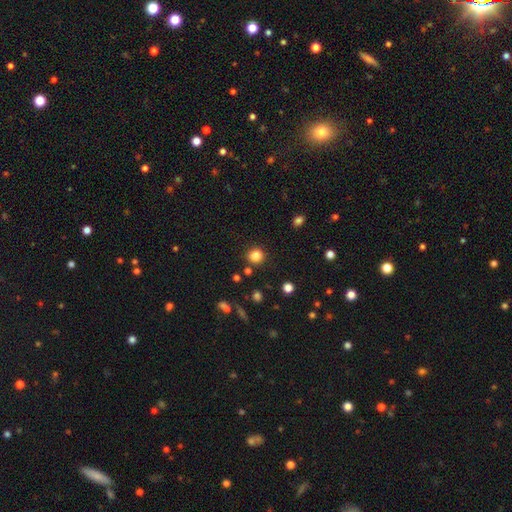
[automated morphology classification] A smooth galaxy with no disk features (83%) that is round (89%).

Vote fractions:
- Smooth or featured? smooth: 83% / star or artifact: 13% / featured or disk: 5%
- How rounded? round: 89% / in between: 10% / cigar-shaped: 1%
- Merging? none: 87% / minor disturbance: 7% / merger: 3% / major disturbance: 3%